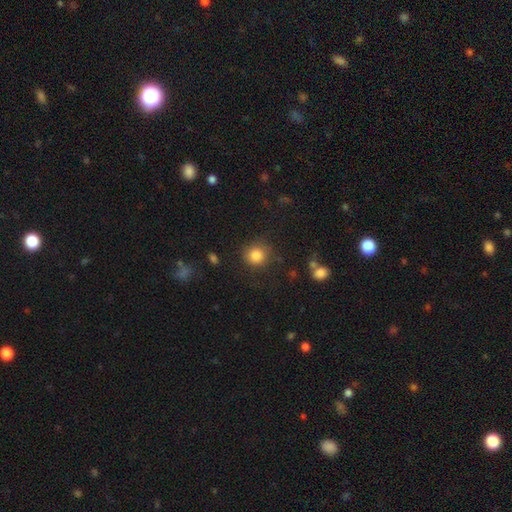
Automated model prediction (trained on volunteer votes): Smooth or featured? smooth (85%)
How rounded? round (90%)
Merging? none (81%)